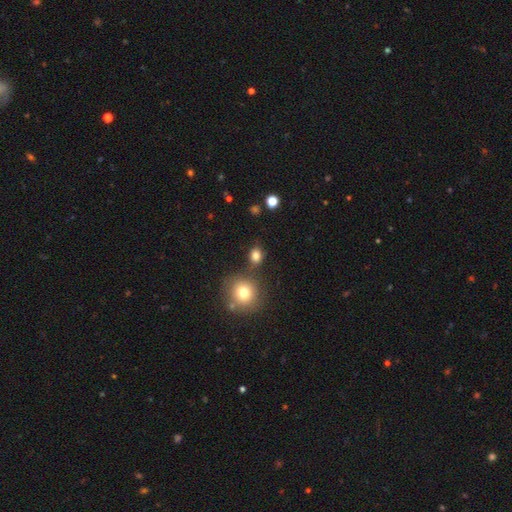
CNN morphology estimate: Smooth or featured: smooth — 80% (star or artifact — 14%)
How rounded: round — 60% (in between — 39%)
Merging: none — 75% (minor disturbance — 12%)